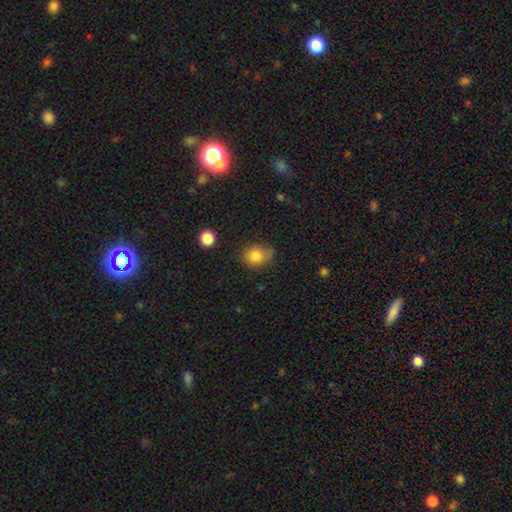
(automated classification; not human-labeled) smooth-or-featured: smooth: 82% | star or artifact: 11% | featured or disk: 7%
  how-rounded: round: 68% | in between: 31% | cigar-shaped: 1%
  merging: none: 64% | minor disturbance: 25% | major disturbance: 7% | merger: 4%